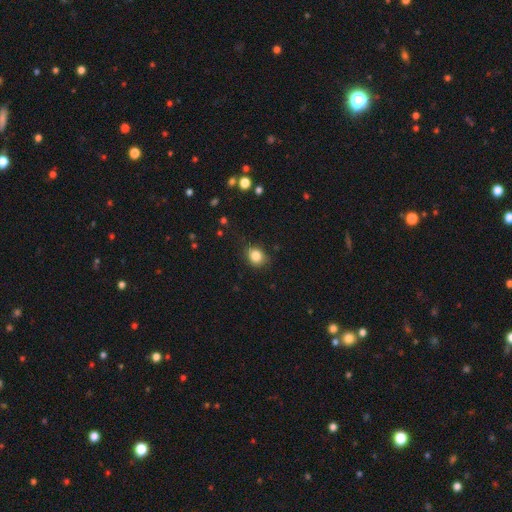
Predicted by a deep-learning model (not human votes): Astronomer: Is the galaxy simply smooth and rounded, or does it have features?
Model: smooth — 85%.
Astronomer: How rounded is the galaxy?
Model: round — 53% (runner-up: in between, 47%).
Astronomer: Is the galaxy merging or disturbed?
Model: none — 81%.